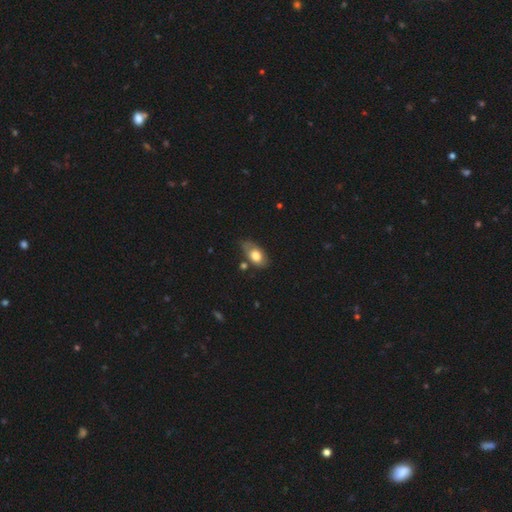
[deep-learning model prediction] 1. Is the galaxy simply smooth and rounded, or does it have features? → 72% smooth, 21% featured or disk, 7% star or artifact.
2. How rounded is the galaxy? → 88% in between, 9% round, 3% cigar-shaped.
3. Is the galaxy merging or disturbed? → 61% none, 26% minor disturbance, 6% major disturbance, 6% merger.